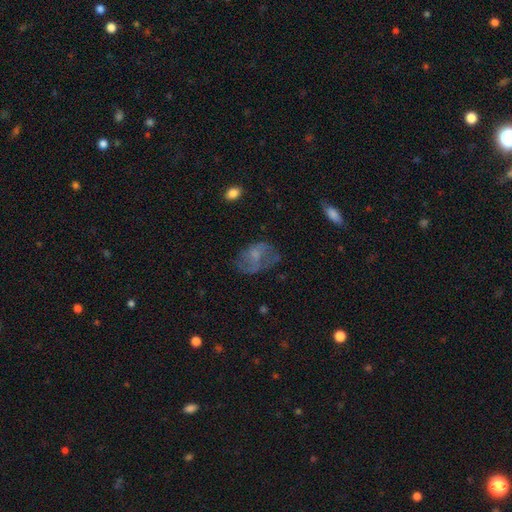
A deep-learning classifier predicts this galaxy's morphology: smooth-or-featured: featured or disk: 45% | smooth: 44% | star or artifact: 11%
  merging: none: 49% | minor disturbance: 25% | major disturbance: 24% | merger: 2%